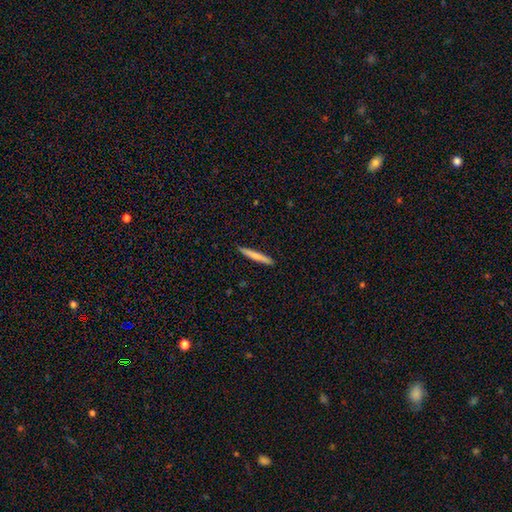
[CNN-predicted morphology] Smooth or featured?
  - smooth: 70% *
  - featured or disk: 25%
  - star or artifact: 6%
How rounded?
  - cigar-shaped: 96% *
  - in between: 3%
  - round: 1%
Merging?
  - none: 91% *
  - minor disturbance: 6%
  - major disturbance: 1%
  - merger: 1%